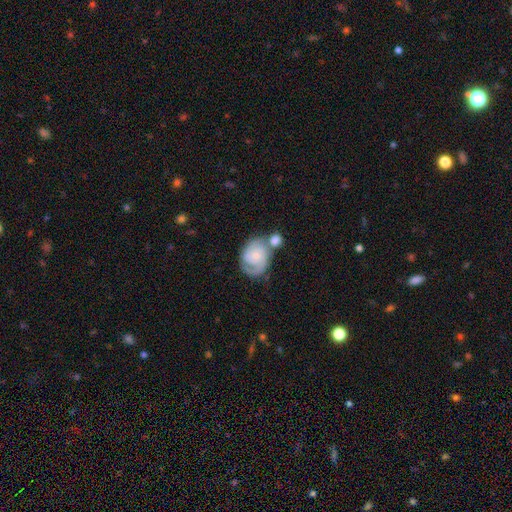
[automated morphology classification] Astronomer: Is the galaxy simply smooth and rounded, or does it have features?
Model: featured or disk — 76%.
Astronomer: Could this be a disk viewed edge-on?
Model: no — 98%.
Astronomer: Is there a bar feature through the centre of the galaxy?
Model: no — 68%.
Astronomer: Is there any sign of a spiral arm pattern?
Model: yes — 95%.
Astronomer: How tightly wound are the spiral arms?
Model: tight — 55% (runner-up: medium, 36%).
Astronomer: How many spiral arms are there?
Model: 2 — 69%.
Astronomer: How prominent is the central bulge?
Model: small — 60%.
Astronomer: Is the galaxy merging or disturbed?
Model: none — 42% (runner-up: merger, 33%).